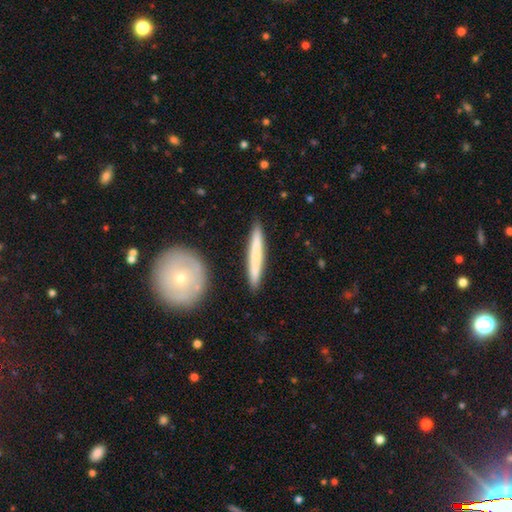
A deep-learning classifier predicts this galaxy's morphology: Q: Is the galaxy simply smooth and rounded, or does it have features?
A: smooth — 57%.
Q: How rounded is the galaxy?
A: cigar-shaped — 95%.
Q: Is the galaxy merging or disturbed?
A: none — 91%.